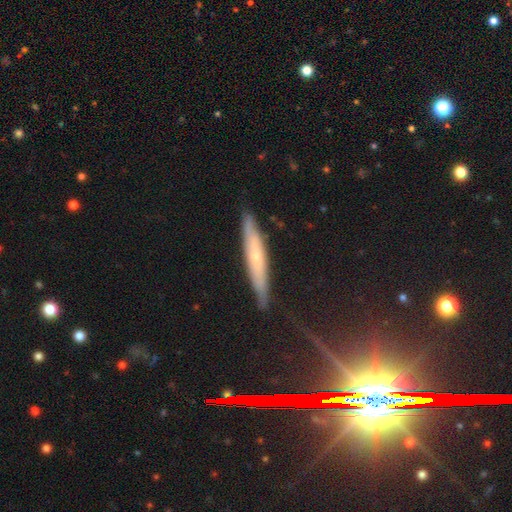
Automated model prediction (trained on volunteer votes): Smooth or featured? Predicted: featured or disk (p=0.50). Edge-on disk? Predicted: yes (p=0.84). Merging? Predicted: none (p=0.86).